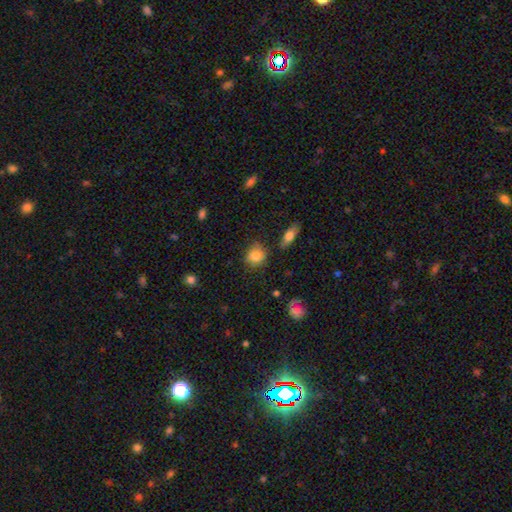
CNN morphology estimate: smooth 83%, featured or disk 9%, star or artifact 9%. Down the decision tree: how rounded — round (76%); merging — none (75%).